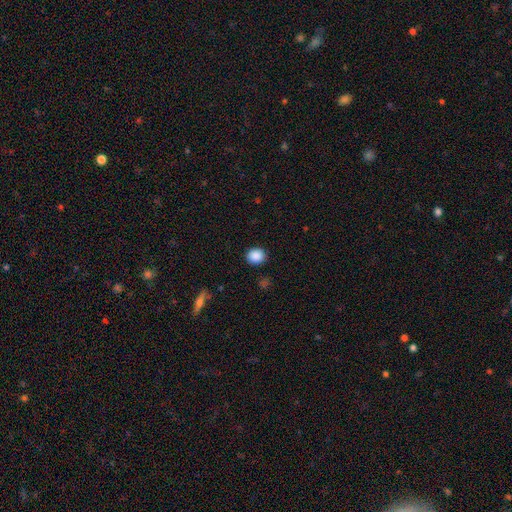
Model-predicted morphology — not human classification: The model was most divided on "how rounded": round: 71%, in between: 28%, cigar-shaped: 1%. More confident: merging — none (89%); smooth or featured — smooth (89%).